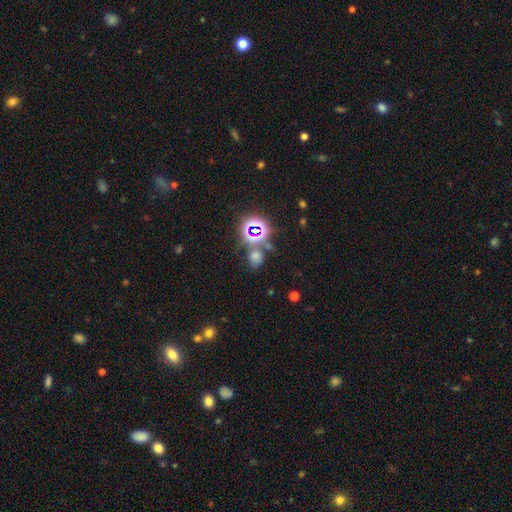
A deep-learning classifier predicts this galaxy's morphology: Overall: star or artifact (48%; smooth 43%).